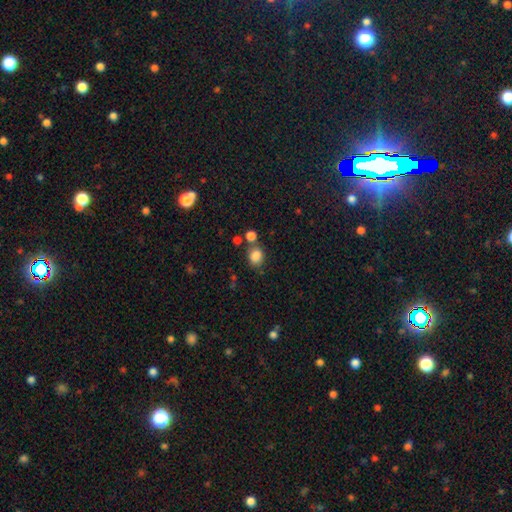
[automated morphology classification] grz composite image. It shows a smooth galaxy with no disk features (84%) that is round (60%). Merging: none (69%).